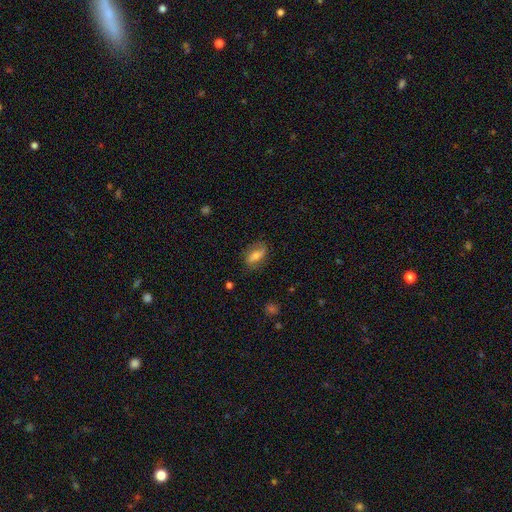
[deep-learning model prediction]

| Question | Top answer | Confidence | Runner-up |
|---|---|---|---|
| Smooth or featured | smooth | 58% | featured or disk (34%) |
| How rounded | in between | 84% | round (8%) |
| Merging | none | 74% | minor disturbance (18%) |